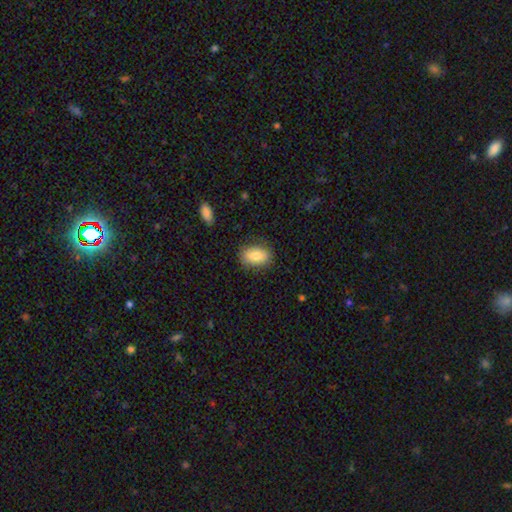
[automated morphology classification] The model was most divided on "smooth or featured": smooth: 81%, featured or disk: 12%, star or artifact: 7%. More confident: how rounded — in between (86%); merging — none (84%).